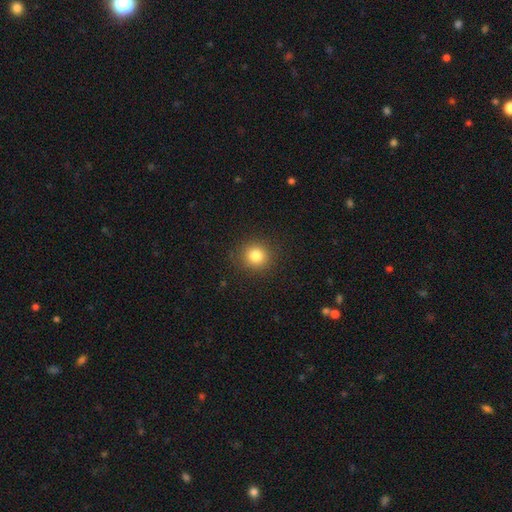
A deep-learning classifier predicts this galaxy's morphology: type=smooth (82%); roundness=round (91%); merging=none (90%).